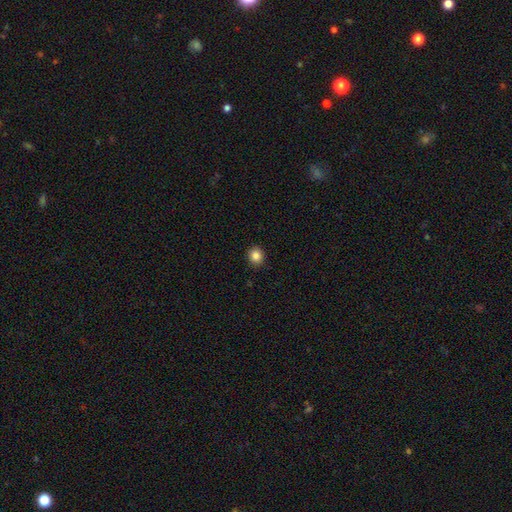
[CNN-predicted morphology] Overall: smooth (85%). How rounded: round (84%). Merging: none (91%).